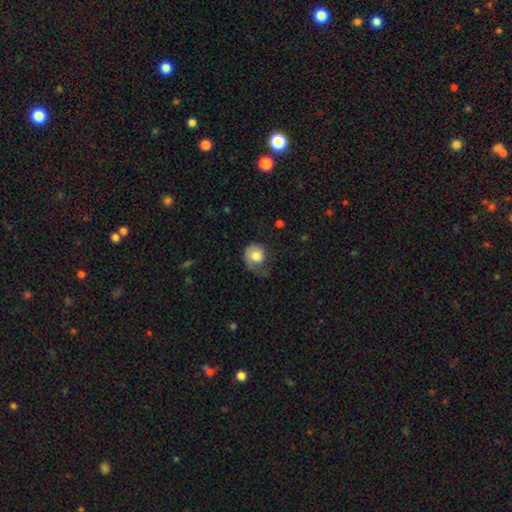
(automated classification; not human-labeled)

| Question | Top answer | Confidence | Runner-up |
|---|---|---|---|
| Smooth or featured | smooth | 71% | featured or disk (23%) |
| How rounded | round | 70% | in between (29%) |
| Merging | major disturbance | 35% | none (33%) |